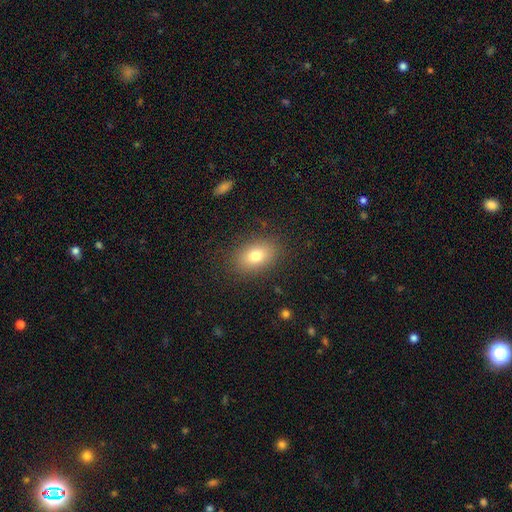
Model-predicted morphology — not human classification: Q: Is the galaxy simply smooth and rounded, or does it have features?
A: smooth — 78%.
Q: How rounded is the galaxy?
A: in between — 81%.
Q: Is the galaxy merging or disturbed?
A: none — 85%.